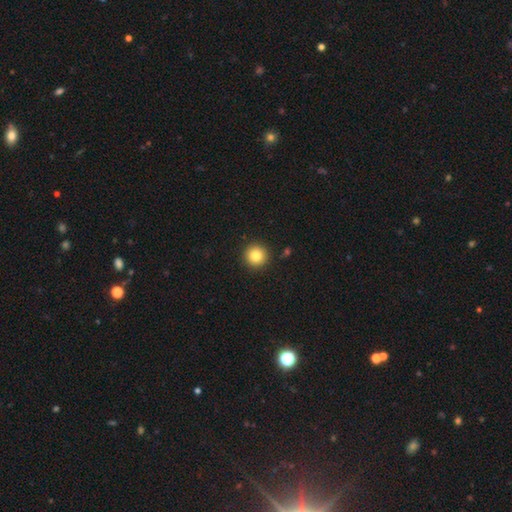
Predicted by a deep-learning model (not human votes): Overall: smooth (82%). How rounded: round (95%). Merging: none (91%).